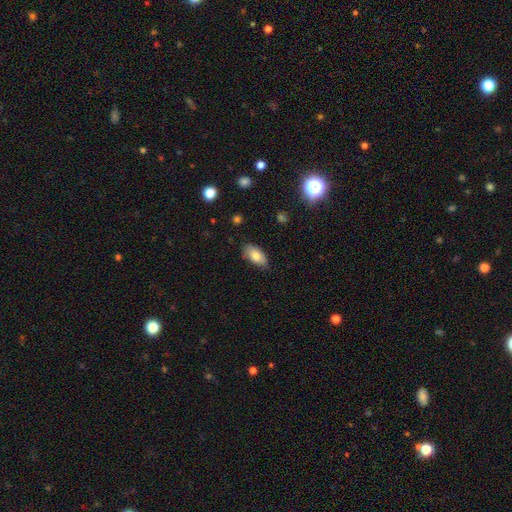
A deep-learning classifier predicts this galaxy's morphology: smooth 82%, featured or disk 11%, star or artifact 7%. Down the decision tree: how rounded — in between (91%); merging — none (77%).